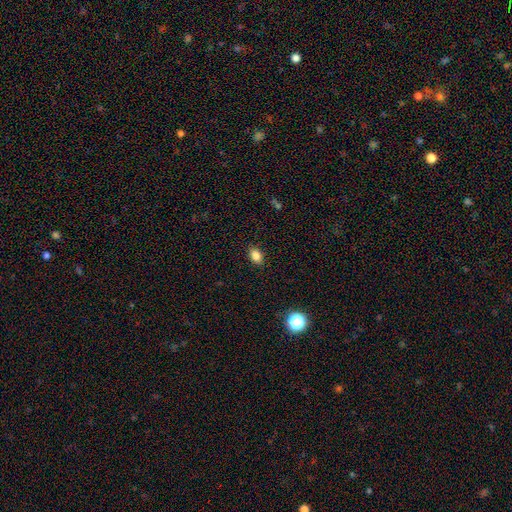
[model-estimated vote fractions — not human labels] The model was most divided on "how rounded": in between: 80%, round: 19%, cigar-shaped: 2%. More confident: merging — none (88%); smooth or featured — smooth (84%).